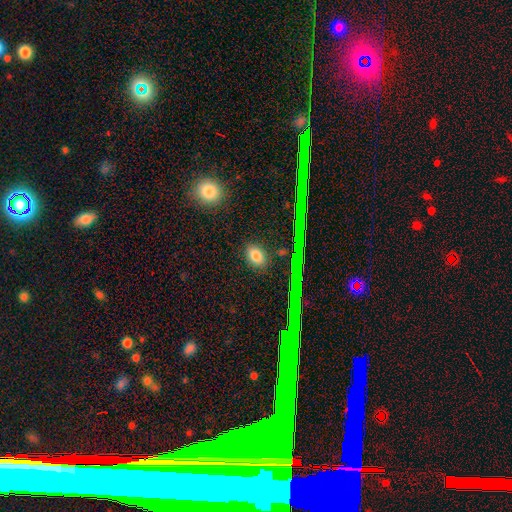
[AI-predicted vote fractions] The model was most divided on "how rounded": in between: 72%, round: 26%, cigar-shaped: 2%. More confident: merging — none (86%); smooth or featured — smooth (80%).